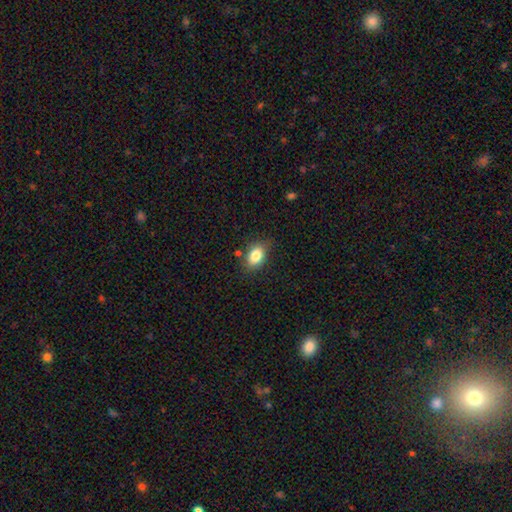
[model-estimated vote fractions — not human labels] smooth 83%, star or artifact 8%, featured or disk 8%. Down the decision tree: how rounded — in between (81%); merging — none (76%).